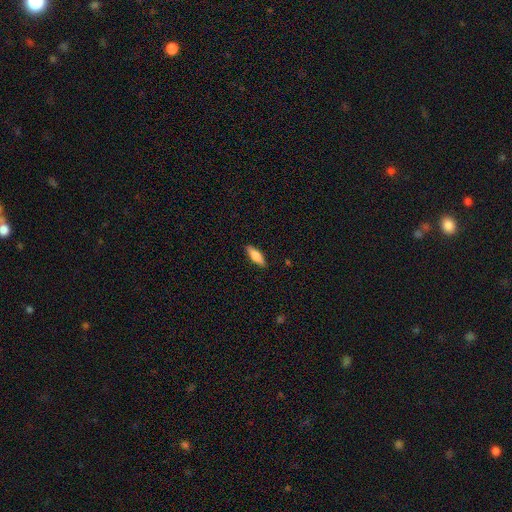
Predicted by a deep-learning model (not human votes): This is likely a smooth galaxy (70%). How rounded: possibly in between (56%). Merging: clearly none (88%).